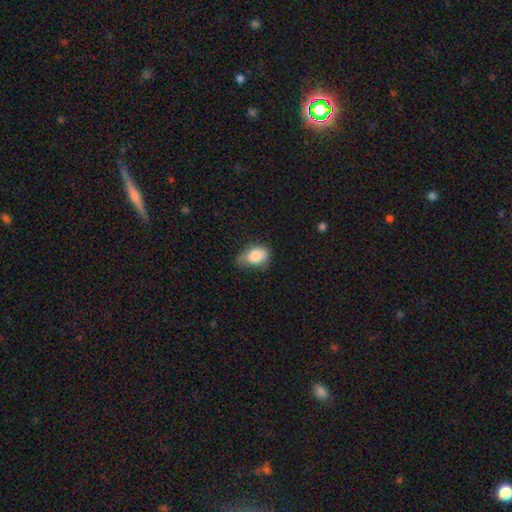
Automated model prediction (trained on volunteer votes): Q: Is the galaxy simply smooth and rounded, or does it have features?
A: smooth — 82%.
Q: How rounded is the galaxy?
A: in between — 80%.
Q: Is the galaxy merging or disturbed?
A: minor disturbance — 46%.